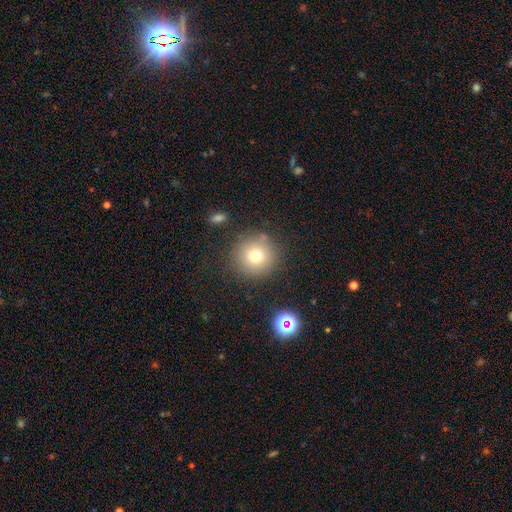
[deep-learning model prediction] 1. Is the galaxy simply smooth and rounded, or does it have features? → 73% smooth, 15% star or artifact, 12% featured or disk.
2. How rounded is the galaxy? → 94% round, 5% in between, 1% cigar-shaped.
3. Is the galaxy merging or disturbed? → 83% none, 10% minor disturbance, 4% major disturbance, 3% merger.